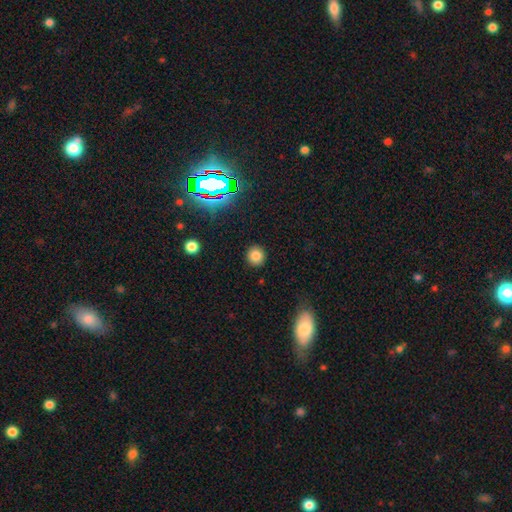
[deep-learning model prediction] Q: Smooth or featured?
A: smooth (81%); runner-up: star or artifact (14%)
Q: How rounded?
A: round (91%); runner-up: in between (8%)
Q: Merging?
A: none (90%); runner-up: minor disturbance (6%)